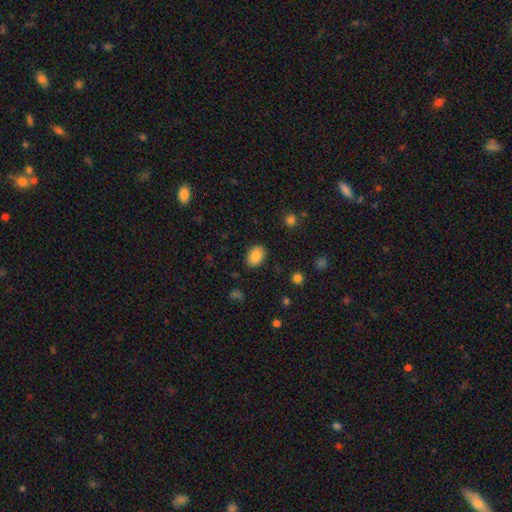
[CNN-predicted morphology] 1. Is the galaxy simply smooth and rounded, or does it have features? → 84% smooth, 8% star or artifact, 8% featured or disk.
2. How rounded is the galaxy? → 78% in between, 21% round, 1% cigar-shaped.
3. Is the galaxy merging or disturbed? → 85% none, 11% minor disturbance, 3% major disturbance, 1% merger.